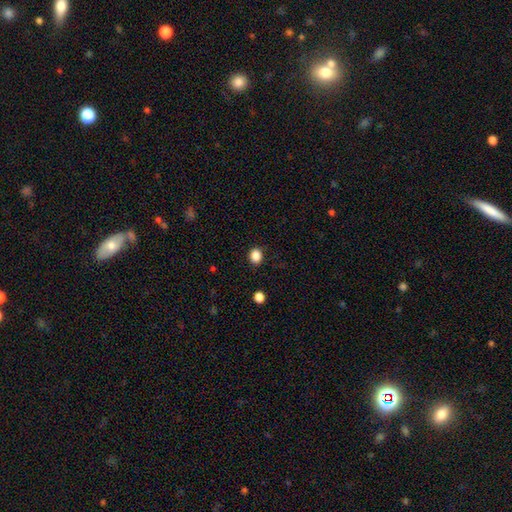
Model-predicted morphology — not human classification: type=smooth (86%); roundness=round (62%); merging=none (89%).